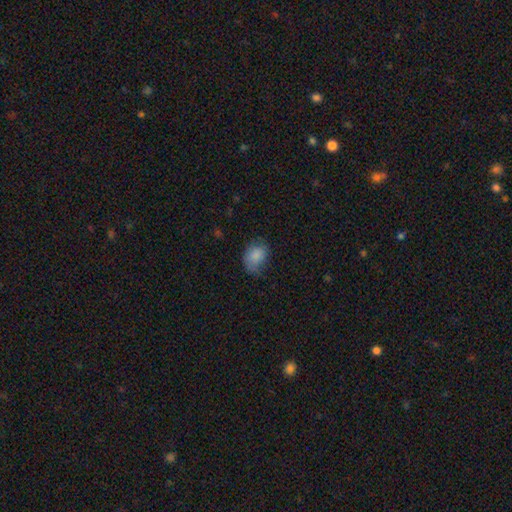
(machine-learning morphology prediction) Smooth or featured: smooth — 83% (featured or disk — 9%)
How rounded: in between — 67% (round — 32%)
Merging: none — 58% (minor disturbance — 30%)